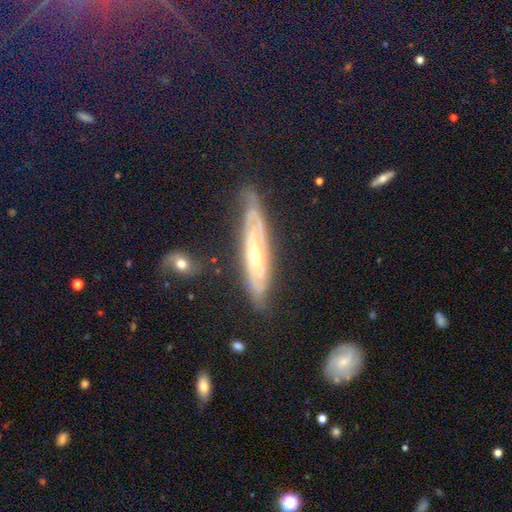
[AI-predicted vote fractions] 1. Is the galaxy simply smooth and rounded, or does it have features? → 69% featured or disk, 17% smooth, 13% star or artifact.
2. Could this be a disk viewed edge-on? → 50% no (tied), 50% yes (tied).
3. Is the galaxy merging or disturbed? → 72% none, 19% minor disturbance, 6% major disturbance, 2% merger.